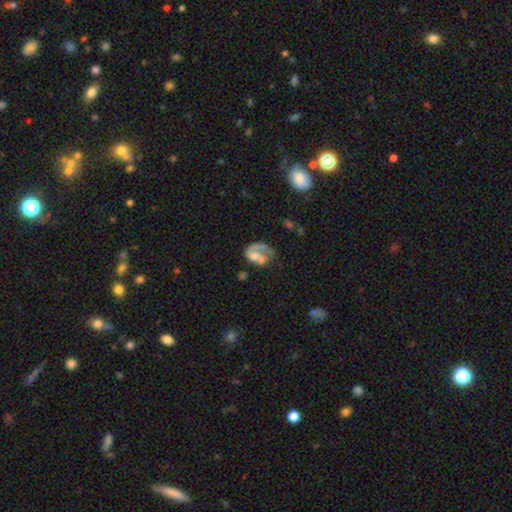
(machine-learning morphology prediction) Smooth or featured? featured or disk (66%)
Edge-on disk? no (98%)
Bar? no (69%)
Spiral arms? yes (76%)
Bulge size? moderate (34%)
Merging? major disturbance (41%)